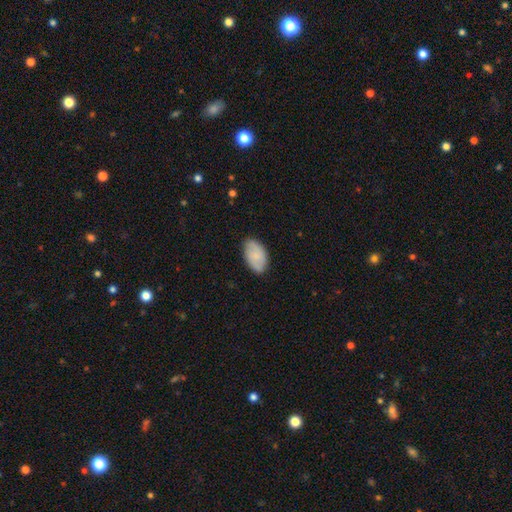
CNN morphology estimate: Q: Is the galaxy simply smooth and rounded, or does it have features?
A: smooth — 82%.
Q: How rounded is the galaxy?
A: in between — 94%.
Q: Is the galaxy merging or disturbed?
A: none — 77%.